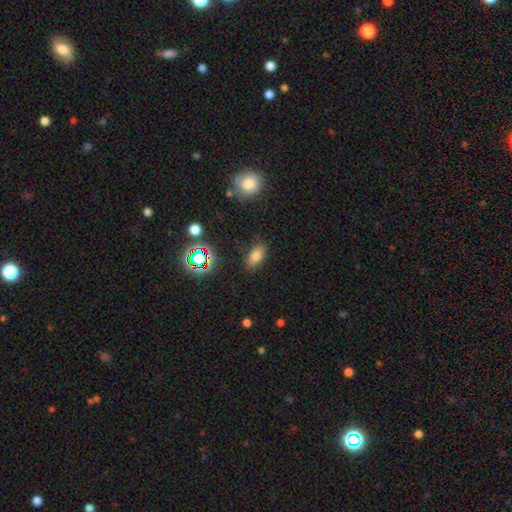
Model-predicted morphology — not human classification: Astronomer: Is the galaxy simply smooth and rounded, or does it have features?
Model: smooth — 75%.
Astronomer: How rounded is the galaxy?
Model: in between — 88%.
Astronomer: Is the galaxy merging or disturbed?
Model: none — 83%.